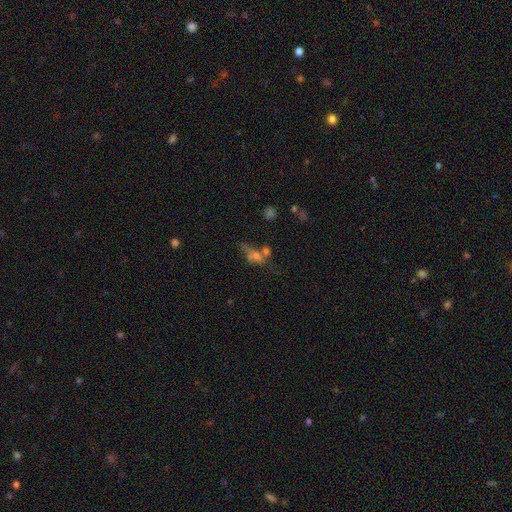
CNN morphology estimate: A smooth galaxy with no disk features (42%).

Vote fractions:
- Smooth or featured? smooth: 42% / featured or disk: 30% / star or artifact: 28%
- Merging? none: 33% (tied) / merger: 33% (tied) / major disturbance: 19% / minor disturbance: 15%